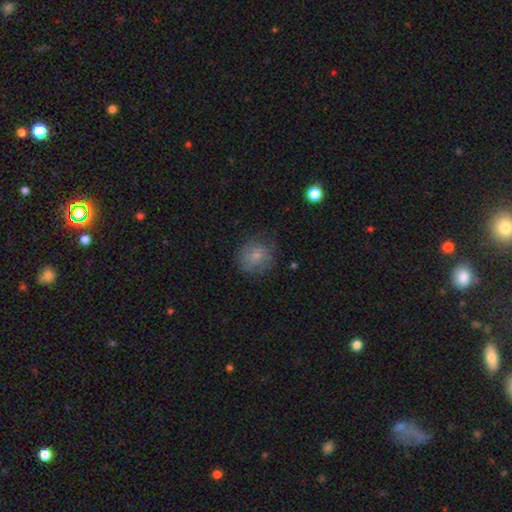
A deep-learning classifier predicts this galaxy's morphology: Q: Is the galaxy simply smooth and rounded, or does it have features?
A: smooth — 67%.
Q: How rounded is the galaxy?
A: round — 79%.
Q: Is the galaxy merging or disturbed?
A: none — 67%.